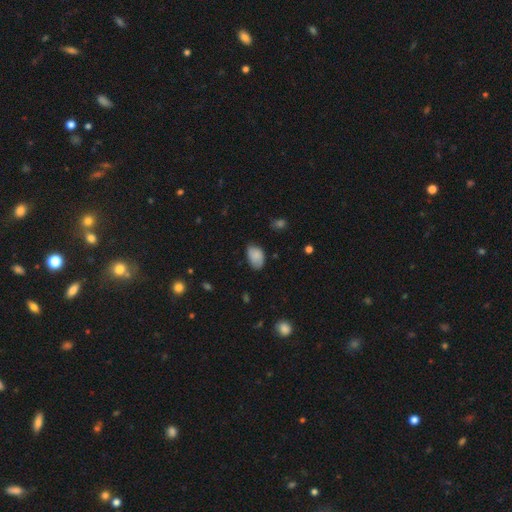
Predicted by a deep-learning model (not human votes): The model was most divided on "merging": none: 67%, minor disturbance: 26%, major disturbance: 5%, merger: 1%. More confident: how rounded — in between (89%); smooth or featured — smooth (83%).